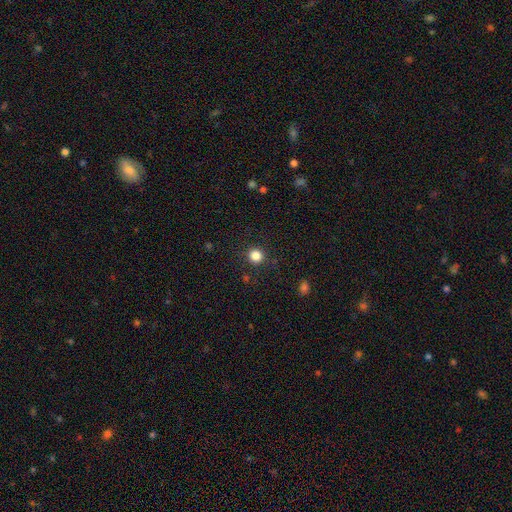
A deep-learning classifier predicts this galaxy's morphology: A smooth galaxy with no disk features (84%) that is round (94%).

Vote fractions:
- Smooth or featured? smooth: 84% / star or artifact: 12% / featured or disk: 4%
- How rounded? round: 94% / in between: 5% / cigar-shaped: 1%
- Merging? none: 90% / minor disturbance: 6% / major disturbance: 2% / merger: 1%